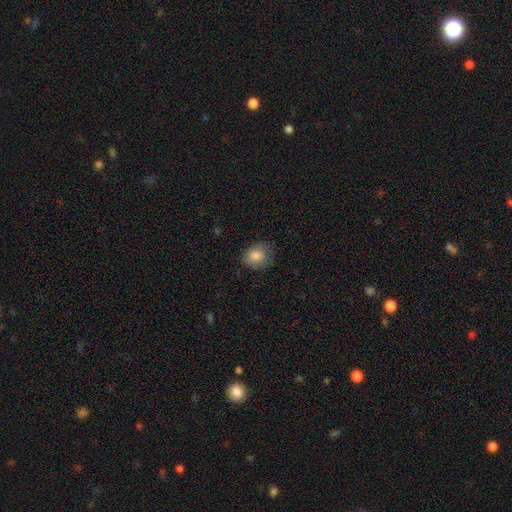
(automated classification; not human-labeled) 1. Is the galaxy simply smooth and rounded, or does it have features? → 84% smooth, 8% star or artifact, 7% featured or disk.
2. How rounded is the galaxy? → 64% round, 35% in between, 1% cigar-shaped.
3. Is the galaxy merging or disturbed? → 71% none, 22% minor disturbance, 6% major disturbance, 1% merger.